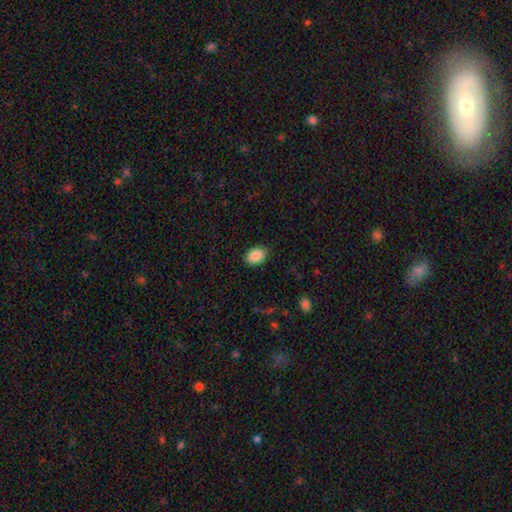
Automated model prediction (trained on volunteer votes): smooth_or_featured: smooth (p=0.89) [alt: star or artifact p=0.07]
how_rounded: in between (p=0.77) [alt: round p=0.22]
merging: none (p=0.86) [alt: minor disturbance p=0.11]